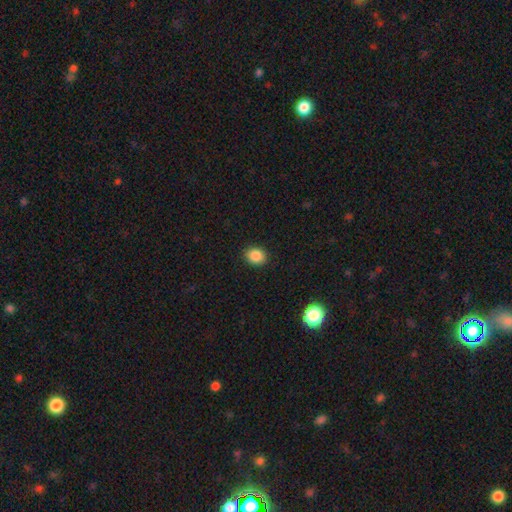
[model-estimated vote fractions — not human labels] The model was most divided on "how rounded": round: 60%, in between: 39%, cigar-shaped: 1%. More confident: merging — none (89%); smooth or featured — smooth (87%).